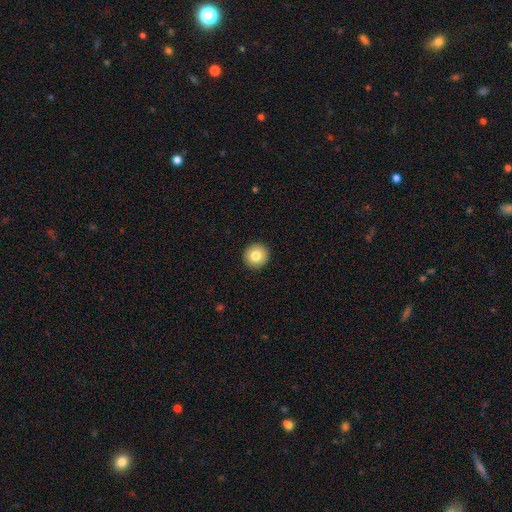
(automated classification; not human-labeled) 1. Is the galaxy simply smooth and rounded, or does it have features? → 81% smooth, 10% featured or disk, 9% star or artifact.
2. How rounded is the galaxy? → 96% round, 4% in between, 1% cigar-shaped.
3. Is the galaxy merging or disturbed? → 93% none, 4% minor disturbance, 1% major disturbance, 1% merger.